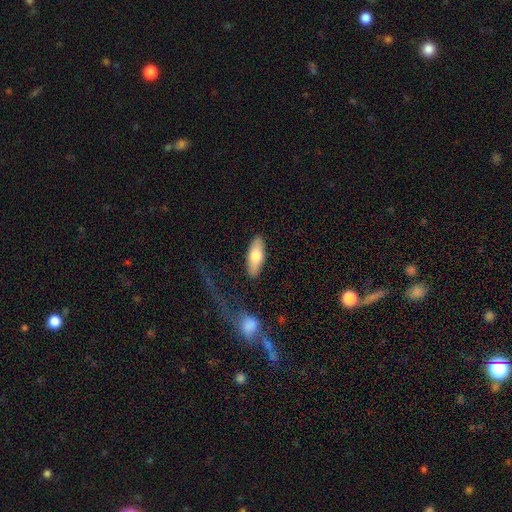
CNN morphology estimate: A smooth galaxy with no disk features (70%) that is in between round and cigar-shaped (75%). Merging: none (87%).